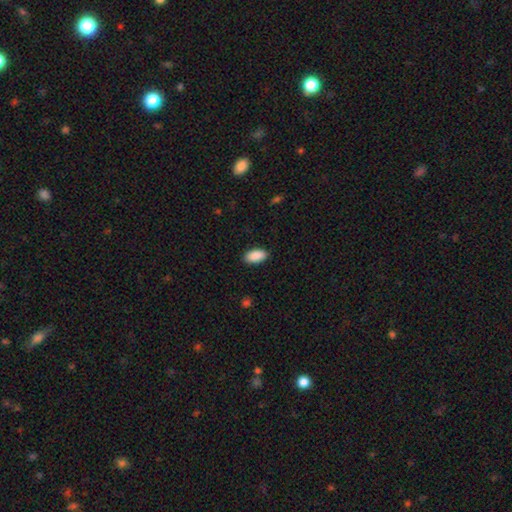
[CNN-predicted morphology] Q: Smooth or featured?
A: smooth (91%); runner-up: star or artifact (6%)
Q: How rounded?
A: in between (94%); runner-up: cigar-shaped (3%)
Q: Merging?
A: none (89%); runner-up: minor disturbance (8%)